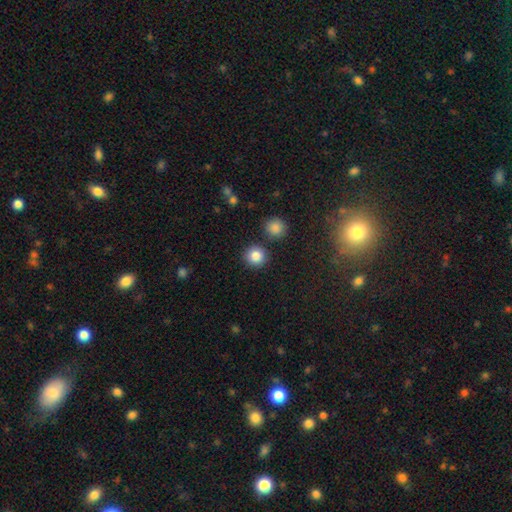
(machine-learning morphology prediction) Overall: smooth (84%). How rounded: round (92%). Merging: none (85%).